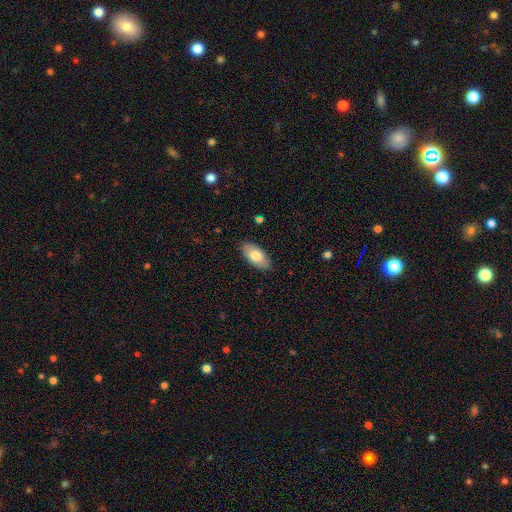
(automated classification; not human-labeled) Overall: smooth (75%). How rounded: in between (93%). Merging: none (86%).